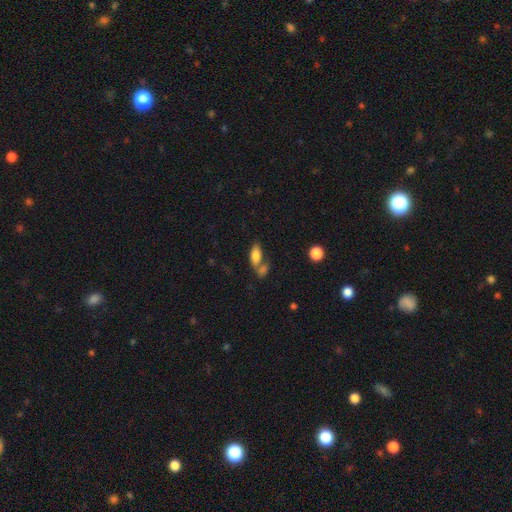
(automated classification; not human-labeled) smooth_or_featured: smooth (p=0.78) [alt: featured or disk p=0.13]
how_rounded: in between (p=0.85) [alt: cigar-shaped p=0.12]
merging: merger (p=0.47) [alt: none p=0.36]